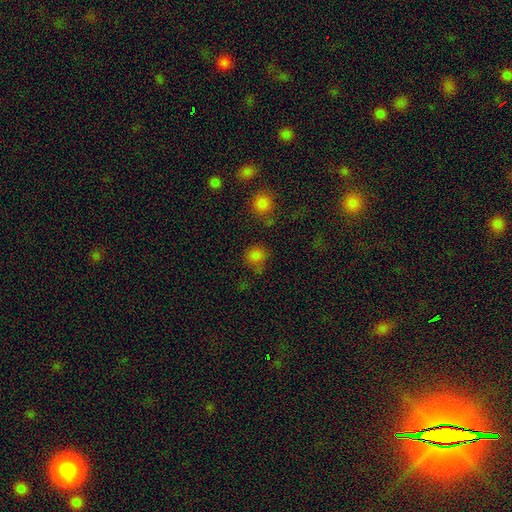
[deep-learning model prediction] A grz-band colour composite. It shows a smooth galaxy with no disk features (75%) that is round (82%). Merging: none (61%).